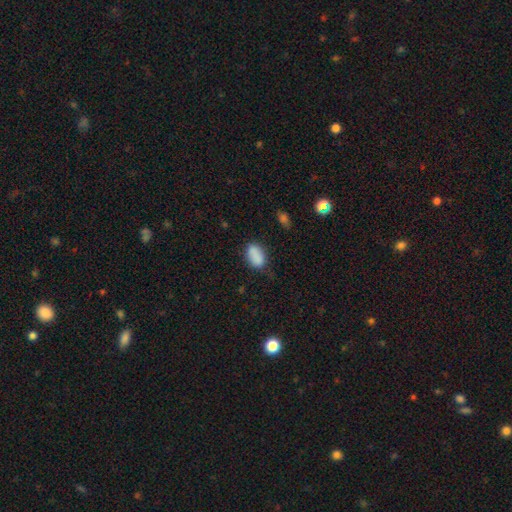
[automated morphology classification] type=smooth (86%); roundness=in between (89%); merging=none (69%).